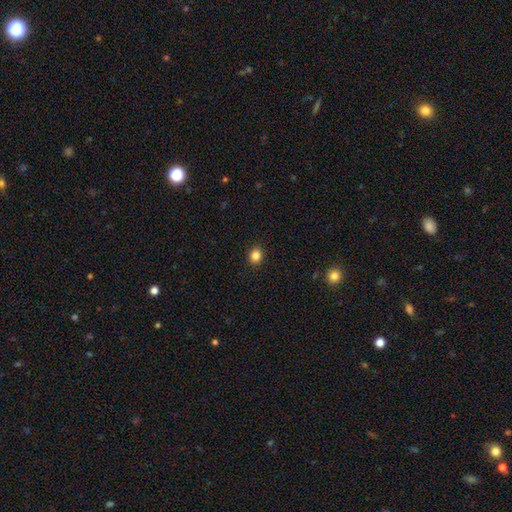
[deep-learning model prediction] smooth 84%, star or artifact 12%, featured or disk 4%. Down the decision tree: how rounded — round (76%); merging — none (91%).